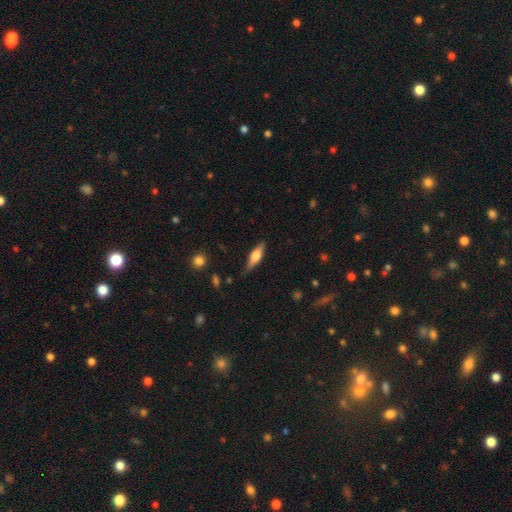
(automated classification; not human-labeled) This appears to be a smooth galaxy with no disk features (48%). Merging: none (80%).